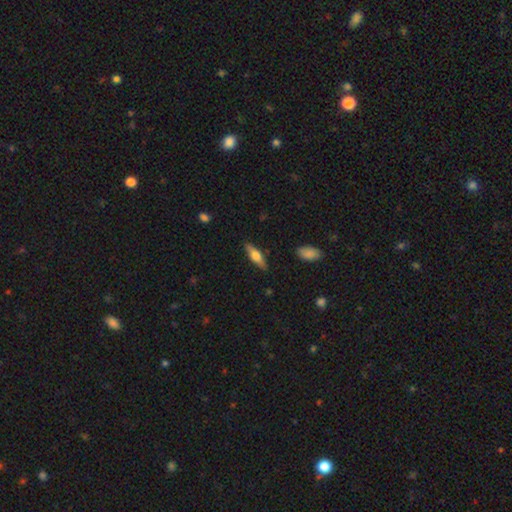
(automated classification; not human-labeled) Q: Smooth or featured?
A: smooth (54%); runner-up: featured or disk (41%)
Q: How rounded?
A: cigar-shaped (56%); runner-up: in between (42%)
Q: Merging?
A: none (86%); runner-up: minor disturbance (10%)